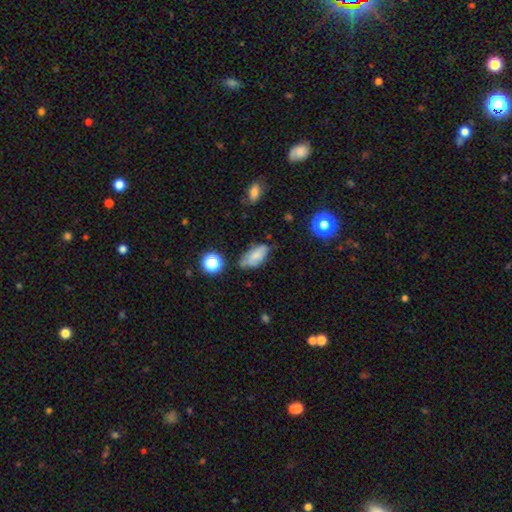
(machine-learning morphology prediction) Smooth or featured? smooth (65%)
How rounded? in between (90%)
Merging? none (56%)